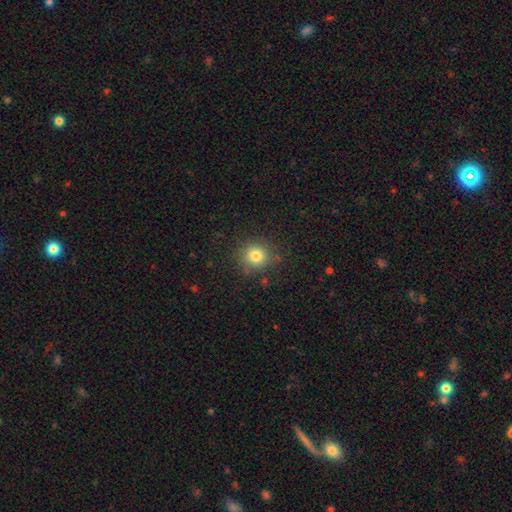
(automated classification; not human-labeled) smooth 78%, star or artifact 14%, featured or disk 7%. Down the decision tree: how rounded — round (90%); merging — none (85%).